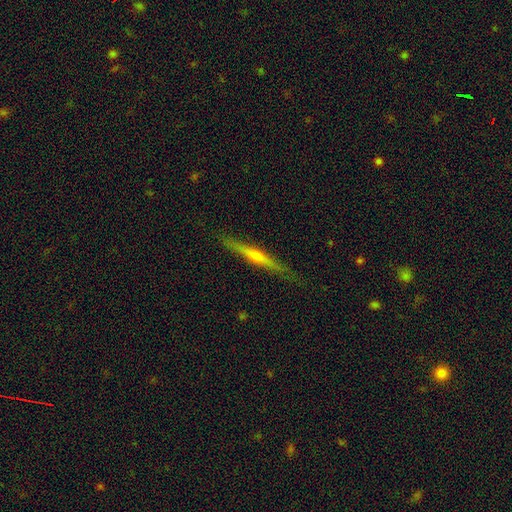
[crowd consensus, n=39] featured or disk 87%, smooth 8%, star or artifact 5%. Down the decision tree: edge-on disk — yes (100%); edge-on bulge — rounded (91%); merging — none (89%).